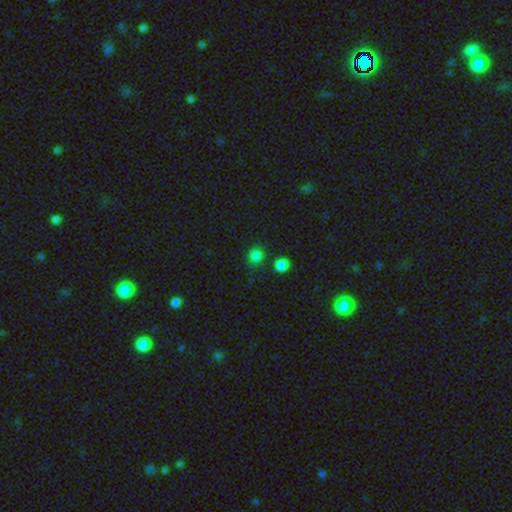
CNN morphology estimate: This is clearly a smooth galaxy (81%). How rounded: clearly round (82%). Merging: clearly none (82%).